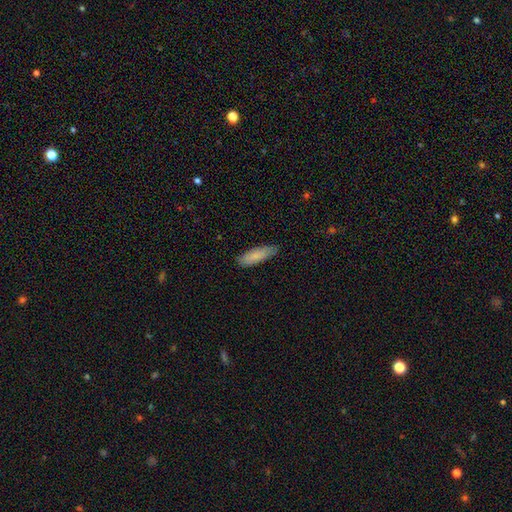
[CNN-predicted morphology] Q: Smooth or featured?
A: smooth (82%); runner-up: featured or disk (12%)
Q: How rounded?
A: cigar-shaped (51%); runner-up: in between (47%)
Q: Merging?
A: none (81%); runner-up: minor disturbance (16%)